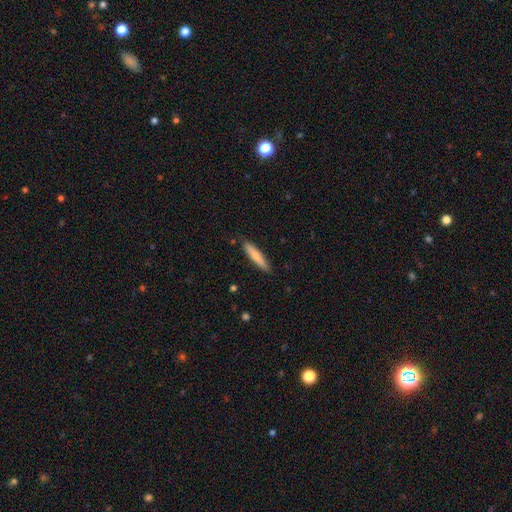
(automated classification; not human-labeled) Smooth or featured? Predicted: smooth (p=0.71). How rounded? Predicted: cigar-shaped (p=0.85). Merging? Predicted: none (p=0.87).